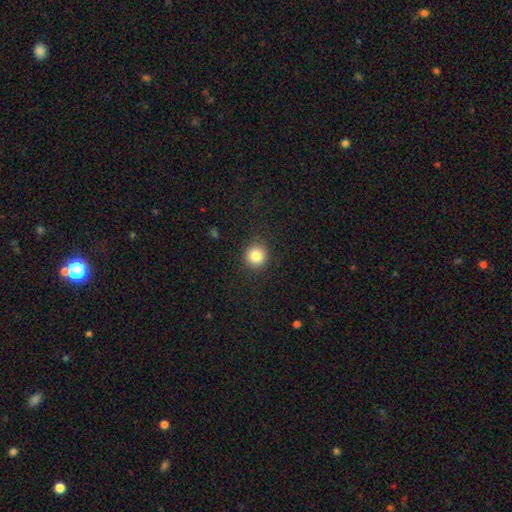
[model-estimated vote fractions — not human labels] Overall: smooth (84%). How rounded: round (94%). Merging: none (90%).